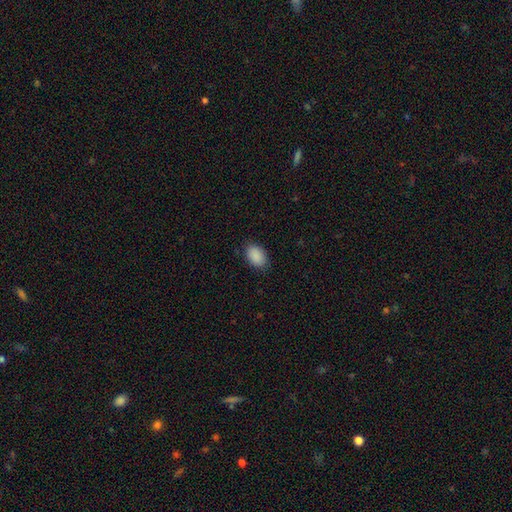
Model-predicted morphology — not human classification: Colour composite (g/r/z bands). It shows a smooth galaxy with no disk features (90%) that is in between round and cigar-shaped (89%). Merging: none (86%).